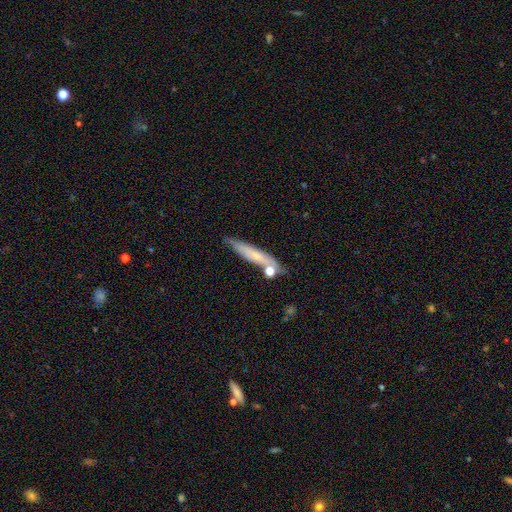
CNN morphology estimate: Smooth or featured? smooth (55%)
How rounded? cigar-shaped (87%)
Merging? none (68%)